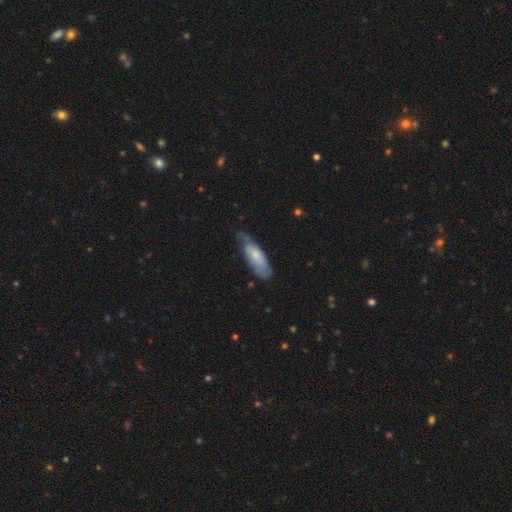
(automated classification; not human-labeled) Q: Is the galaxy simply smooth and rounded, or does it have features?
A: smooth — 51%.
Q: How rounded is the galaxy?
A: in between — 66%.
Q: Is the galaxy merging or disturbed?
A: none — 41%.